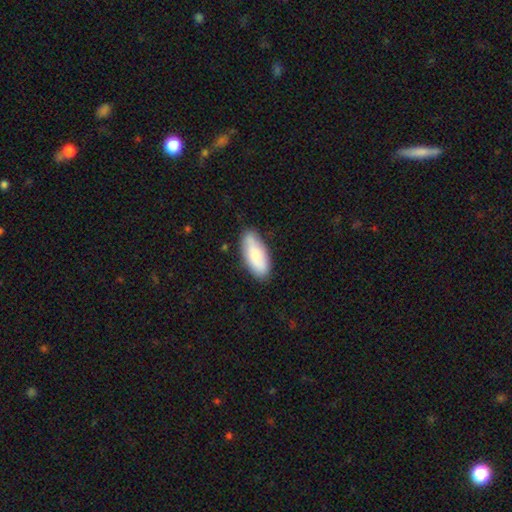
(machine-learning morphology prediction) smooth-or-featured: smooth: 78% | featured or disk: 17% | star or artifact: 6%
  how-rounded: in between: 81% | cigar-shaped: 17% | round: 2%
  merging: none: 78% | minor disturbance: 17% | major disturbance: 3% | merger: 2%